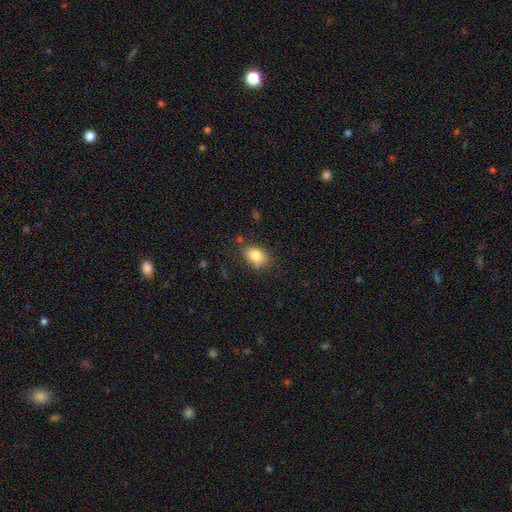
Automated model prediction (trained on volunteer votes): Smooth or featured?
  - smooth: 83% *
  - star or artifact: 9%
  - featured or disk: 8%
How rounded?
  - in between: 78% *
  - round: 21%
  - cigar-shaped: 1%
Merging?
  - none: 76% *
  - minor disturbance: 17%
  - major disturbance: 4%
  - merger: 3%